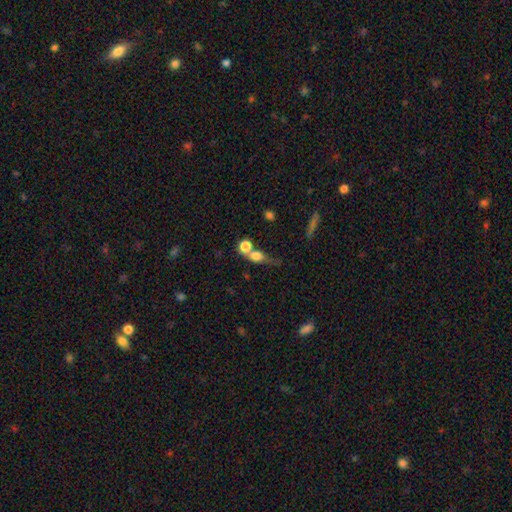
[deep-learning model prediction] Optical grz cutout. It shows a smooth galaxy with no disk features (66%) that is round (51%). Merging: merger (43%).